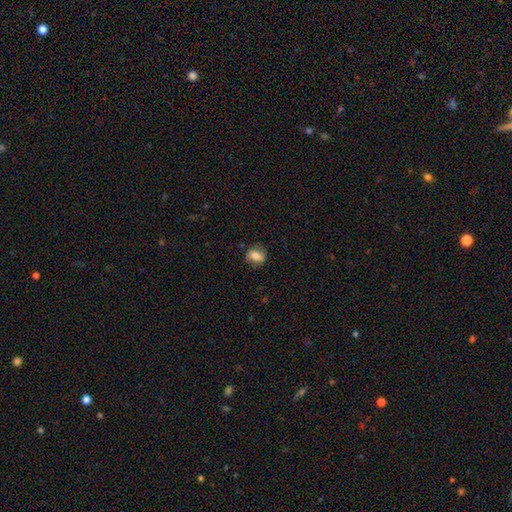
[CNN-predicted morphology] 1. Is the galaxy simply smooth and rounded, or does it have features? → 69% smooth, 22% featured or disk, 9% star or artifact.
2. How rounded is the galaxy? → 55% in between, 43% round, 2% cigar-shaped.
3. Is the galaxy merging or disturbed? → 78% none, 16% minor disturbance, 5% major disturbance, 1% merger.